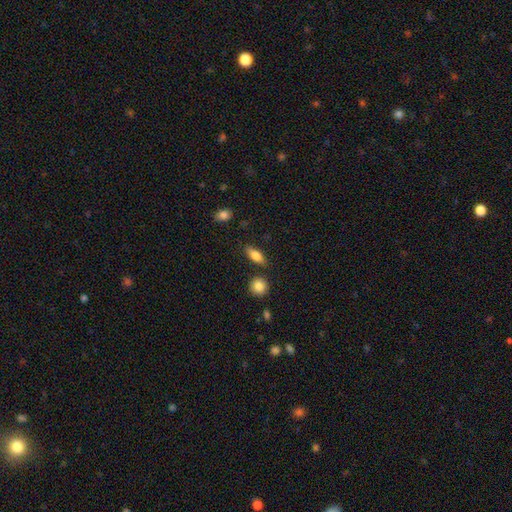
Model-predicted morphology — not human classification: smooth-or-featured: smooth: 74% | featured or disk: 19% | star or artifact: 7%
  how-rounded: in between: 74% | cigar-shaped: 21% | round: 5%
  merging: none: 82% | minor disturbance: 11% | merger: 4% | major disturbance: 3%